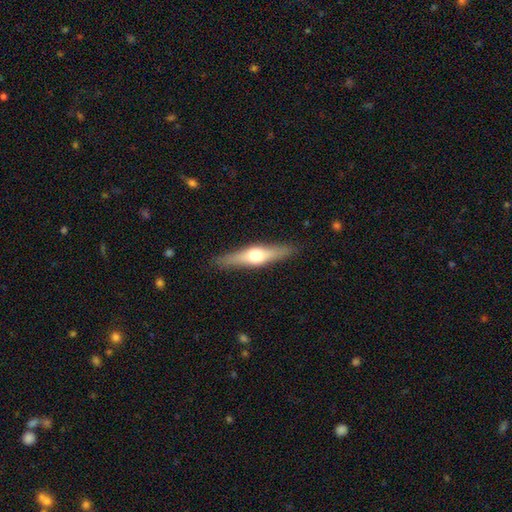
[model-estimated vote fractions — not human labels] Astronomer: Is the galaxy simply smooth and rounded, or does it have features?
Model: featured or disk — 61%.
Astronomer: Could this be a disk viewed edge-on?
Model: yes — 95%.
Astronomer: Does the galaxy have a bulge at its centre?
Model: rounded — 94%.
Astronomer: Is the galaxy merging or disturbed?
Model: none — 89%.